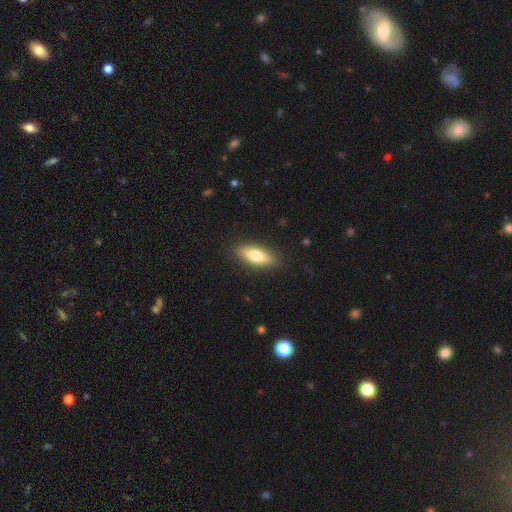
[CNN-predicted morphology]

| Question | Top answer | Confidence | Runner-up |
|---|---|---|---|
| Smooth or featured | smooth | 73% | featured or disk (21%) |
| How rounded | in between | 64% | cigar-shaped (33%) |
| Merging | none | 88% | minor disturbance (9%) |